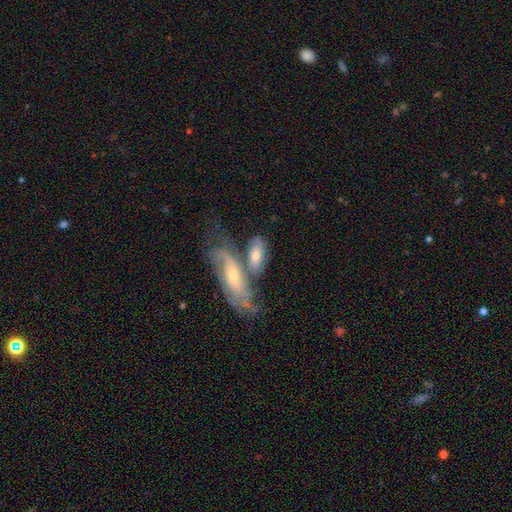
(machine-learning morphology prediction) type=featured or disk (49%); merging=merger (48%).